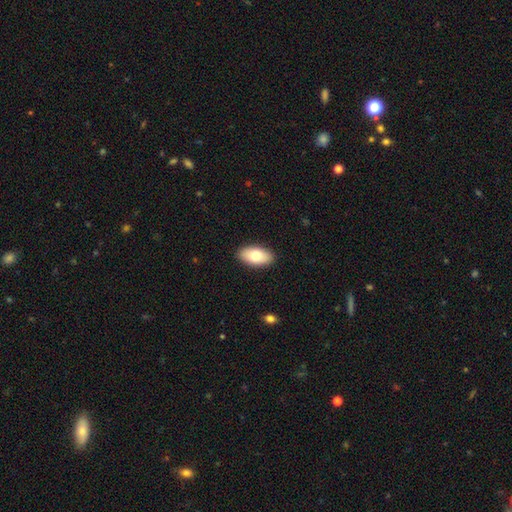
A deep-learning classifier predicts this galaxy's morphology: This is likely a smooth galaxy (78%). How rounded: clearly in between (94%). Merging: clearly none (90%).